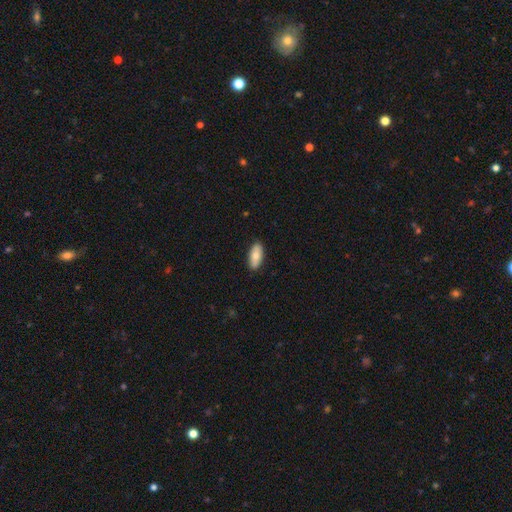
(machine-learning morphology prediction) type=smooth (77%); roundness=in between (86%); merging=none (89%).